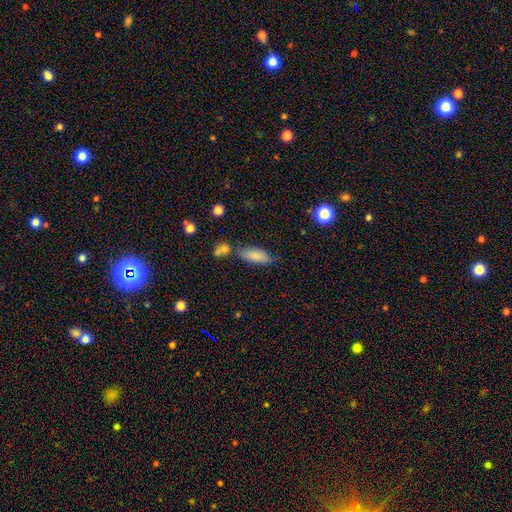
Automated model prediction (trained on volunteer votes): smooth 83%, featured or disk 10%, star or artifact 8%. Down the decision tree: how rounded — in between (82%); merging — none (60%).